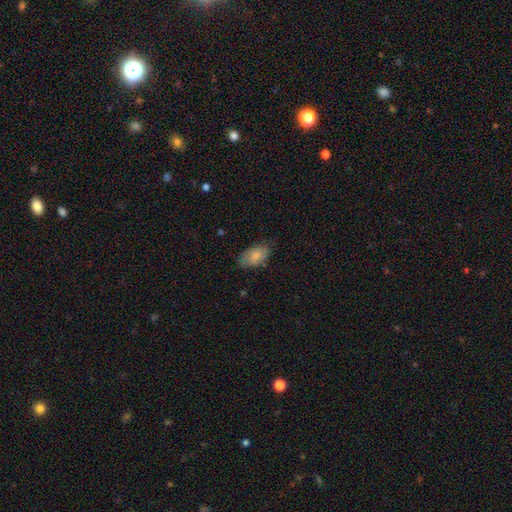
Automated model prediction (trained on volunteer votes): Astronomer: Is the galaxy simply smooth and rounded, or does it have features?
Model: smooth — 77%.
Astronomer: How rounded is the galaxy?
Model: in between — 93%.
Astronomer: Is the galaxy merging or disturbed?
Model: none — 71%.